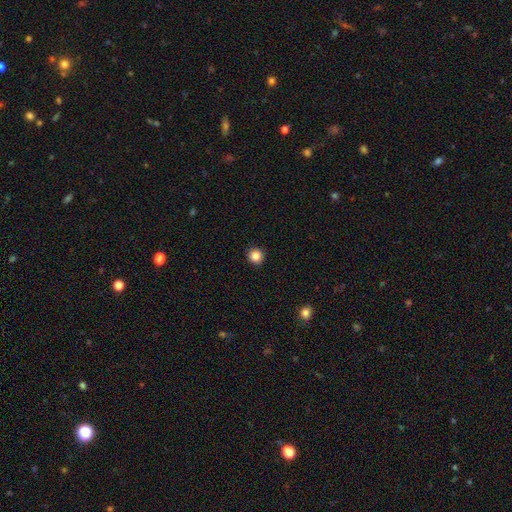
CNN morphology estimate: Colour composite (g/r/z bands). It shows a smooth galaxy with no disk features (84%) that is round (95%). Merging: none (93%).